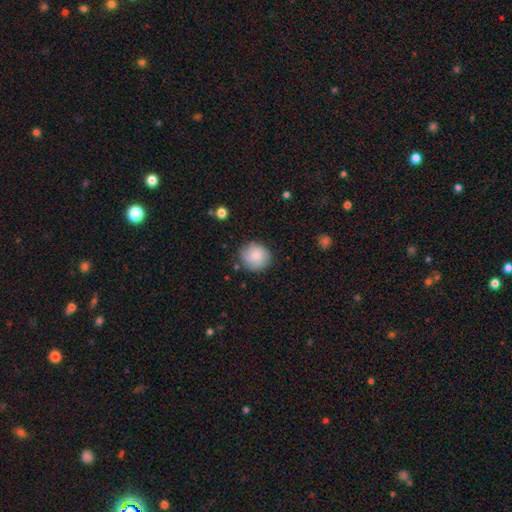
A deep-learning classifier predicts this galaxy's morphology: This appears to be a smooth galaxy with no disk features (75%) that is round (87%). Merging: none (80%).